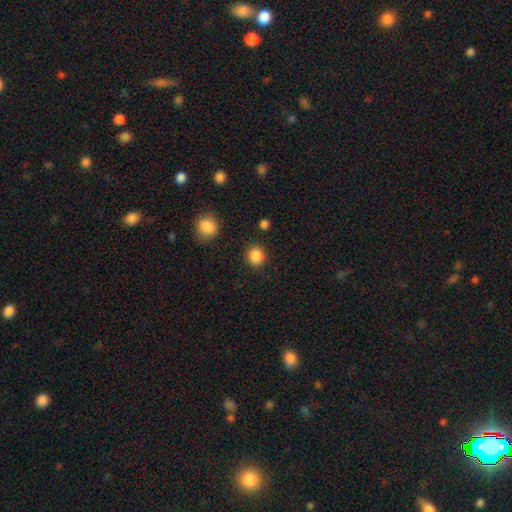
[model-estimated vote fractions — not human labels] A smooth galaxy with no disk features (87%) that is round (83%).

Vote fractions:
- Smooth or featured? smooth: 87% / star or artifact: 10% / featured or disk: 3%
- How rounded? round: 83% / in between: 16% / cigar-shaped: 1%
- Merging? none: 87% / minor disturbance: 8% / major disturbance: 3% / merger: 2%